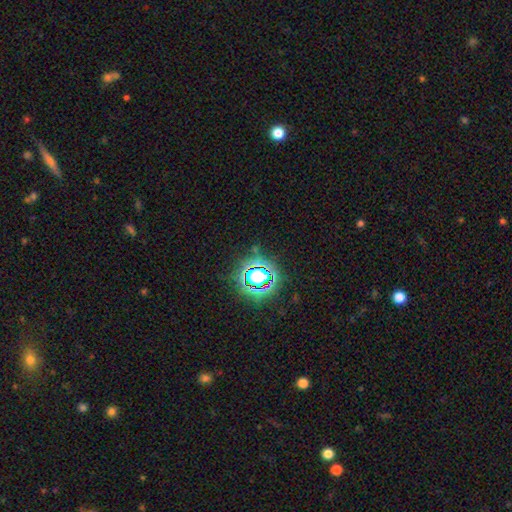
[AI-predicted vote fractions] This is likely a star or artifact rather than a galaxy (76%).